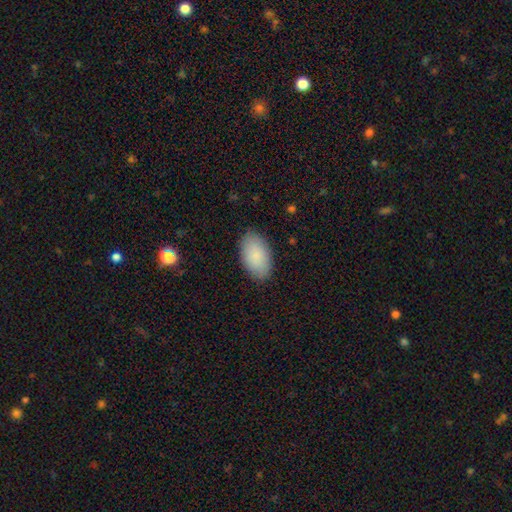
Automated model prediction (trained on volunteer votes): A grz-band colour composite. It shows a smooth galaxy with no disk features (87%) that is in between round and cigar-shaped (95%). Merging: none (87%).